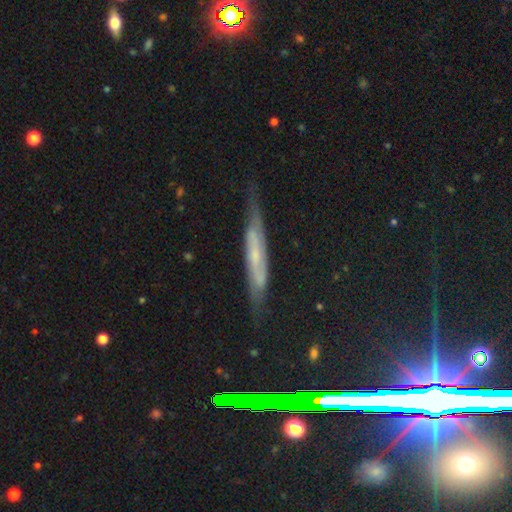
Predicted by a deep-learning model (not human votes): Q: Smooth or featured?
A: featured or disk (58%); runner-up: smooth (28%)
Q: Edge-on disk?
A: yes (75%); runner-up: no (25%)
Q: Merging?
A: none (68%); runner-up: minor disturbance (24%)